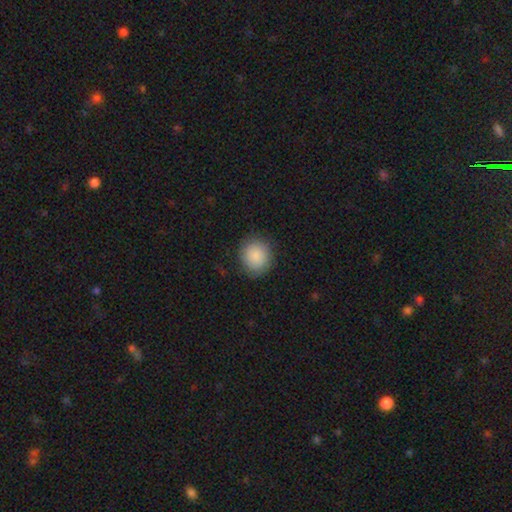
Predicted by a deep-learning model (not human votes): A smooth galaxy with no disk features (87%) that is round (87%).

Vote fractions:
- Smooth or featured? smooth: 87% / star or artifact: 7% / featured or disk: 6%
- How rounded? round: 87% / in between: 12% / cigar-shaped: 1%
- Merging? none: 86% / minor disturbance: 10% / major disturbance: 3% / merger: 1%